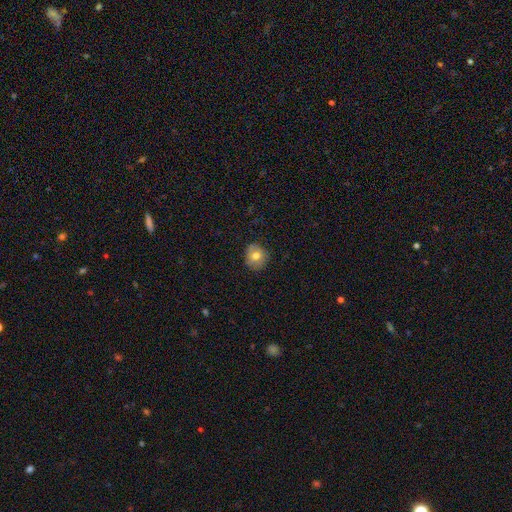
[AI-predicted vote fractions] The model was most divided on "smooth or featured": smooth: 73%, featured or disk: 17%, star or artifact: 9%. More confident: how rounded — round (87%); merging — none (85%).